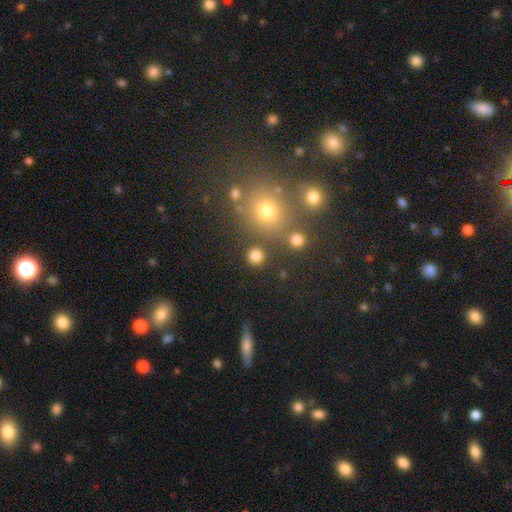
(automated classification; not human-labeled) The model was most divided on "smooth or featured": smooth: 81%, star or artifact: 14%, featured or disk: 5%. More confident: how rounded — round (93%); merging — none (85%).